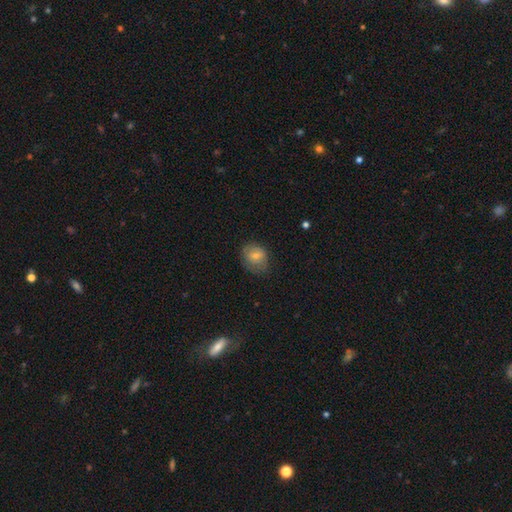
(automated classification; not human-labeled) Smooth or featured?
  - smooth: 71% *
  - featured or disk: 21%
  - star or artifact: 8%
How rounded?
  - round: 52% *
  - in between: 47%
  - cigar-shaped: 1%
Merging?
  - none: 62% *
  - minor disturbance: 26%
  - major disturbance: 11%
  - merger: 1%